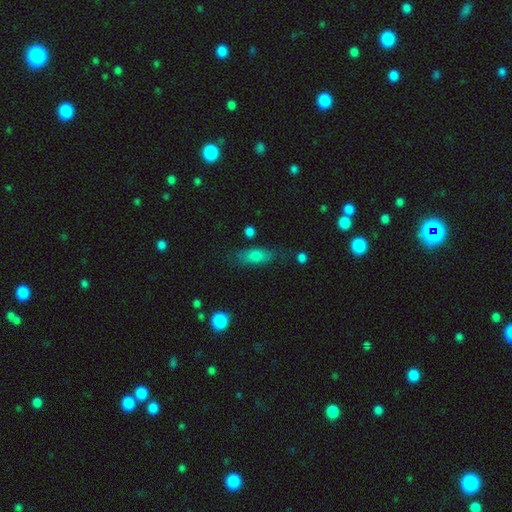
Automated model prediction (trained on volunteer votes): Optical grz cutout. It shows a smooth galaxy with no disk features (74%) that is in between round and cigar-shaped (67%). Merging: none (70%).